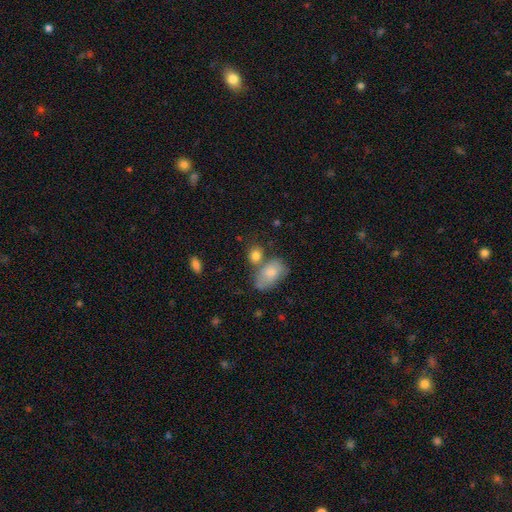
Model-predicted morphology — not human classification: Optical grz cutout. It shows a smooth galaxy with no disk features (81%) that is in between round and cigar-shaped (52%). Merging: none (51%).